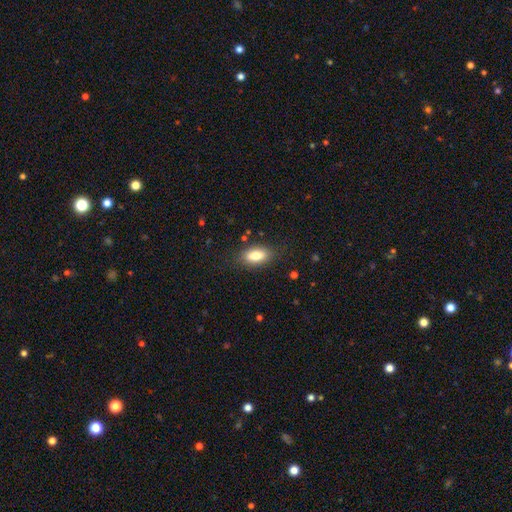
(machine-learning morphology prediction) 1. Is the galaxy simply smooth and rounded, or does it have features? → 82% smooth, 10% featured or disk, 8% star or artifact.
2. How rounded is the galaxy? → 87% in between, 8% cigar-shaped, 4% round.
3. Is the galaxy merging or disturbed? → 82% none, 13% minor disturbance, 4% major disturbance, 1% merger.